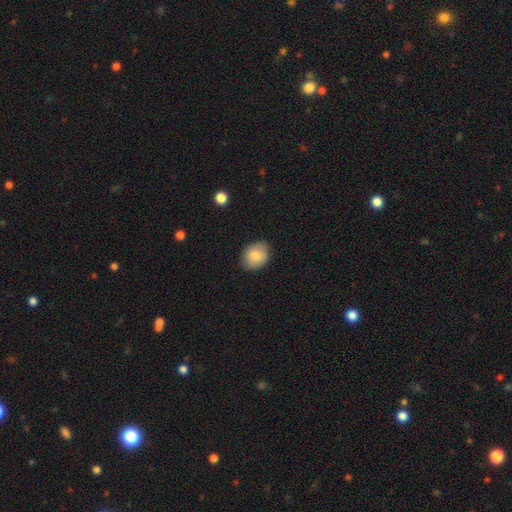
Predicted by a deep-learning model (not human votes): smooth-or-featured: smooth: 83% | featured or disk: 10% | star or artifact: 7%
  how-rounded: in between: 53% | round: 46% | cigar-shaped: 1%
  merging: none: 82% | minor disturbance: 15% | major disturbance: 3% | merger: 1%